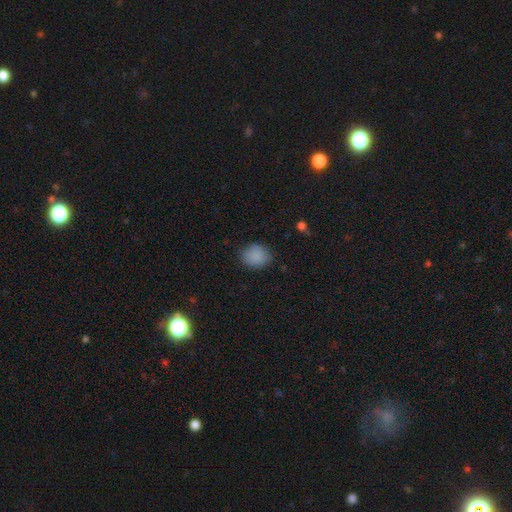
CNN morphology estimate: The model was most divided on "how rounded": round: 65%, in between: 34%, cigar-shaped: 1%. More confident: smooth or featured — smooth (86%); merging — none (82%).